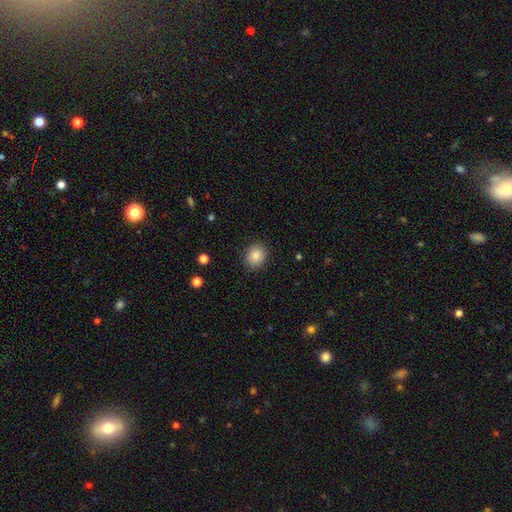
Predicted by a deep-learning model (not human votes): Q: Smooth or featured?
A: smooth (87%); runner-up: star or artifact (9%)
Q: How rounded?
A: round (69%); runner-up: in between (30%)
Q: Merging?
A: none (88%); runner-up: minor disturbance (8%)